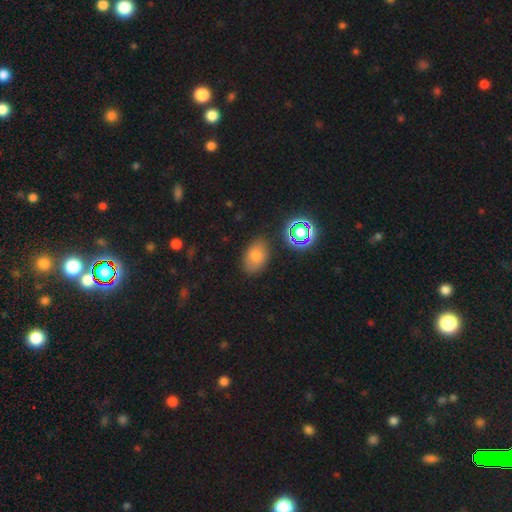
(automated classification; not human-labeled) A smooth galaxy with no disk features (75%) that is in between round and cigar-shaped (82%). Merging: none (80%).